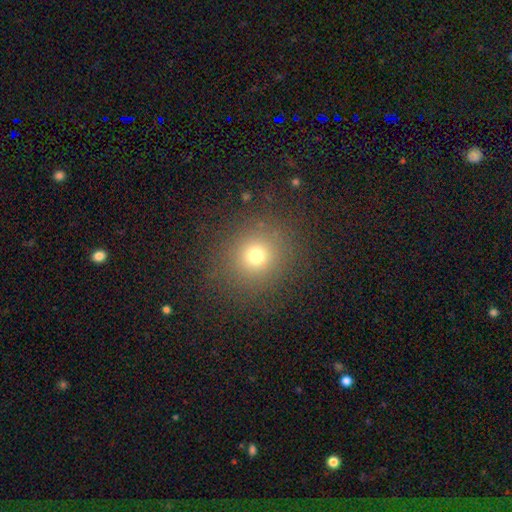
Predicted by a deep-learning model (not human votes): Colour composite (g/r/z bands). It shows a smooth galaxy with no disk features (70%) that is round (90%). Merging: none (86%).